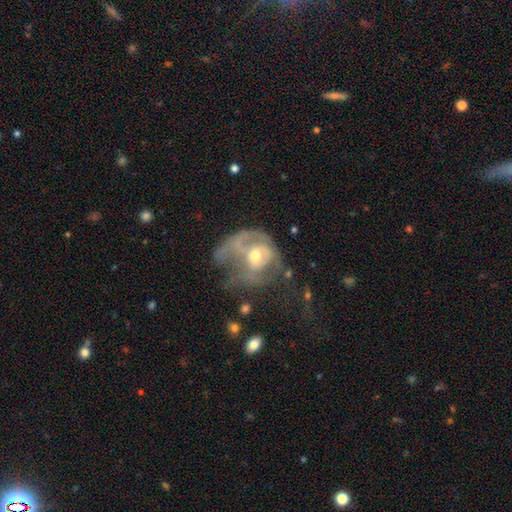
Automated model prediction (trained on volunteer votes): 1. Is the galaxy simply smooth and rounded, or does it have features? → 66% featured or disk, 25% smooth, 9% star or artifact.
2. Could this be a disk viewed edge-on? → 97% no, 3% yes.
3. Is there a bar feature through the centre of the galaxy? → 76% no, 20% weak, 4% strong.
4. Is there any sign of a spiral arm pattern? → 54% yes, 46% no.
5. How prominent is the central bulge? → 61% moderate, 30% small, 6% large, 2% none, 1% dominant.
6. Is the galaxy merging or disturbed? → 57% major disturbance, 19% none, 16% minor disturbance, 9% merger.